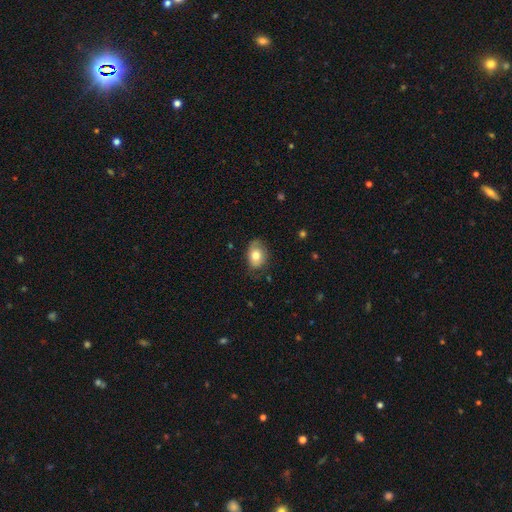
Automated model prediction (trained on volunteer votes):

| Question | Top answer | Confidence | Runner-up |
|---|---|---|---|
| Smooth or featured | smooth | 77% | featured or disk (15%) |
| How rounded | in between | 73% | round (26%) |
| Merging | none | 70% | minor disturbance (23%) |